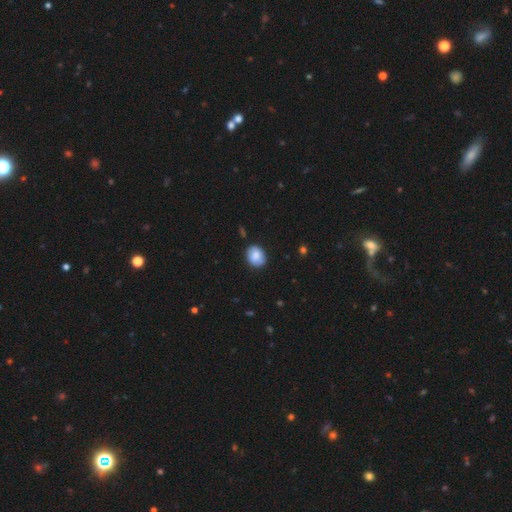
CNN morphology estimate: The model was most divided on "how rounded": round: 55%, in between: 44%, cigar-shaped: 1%. More confident: merging — none (80%); smooth or featured — smooth (76%).